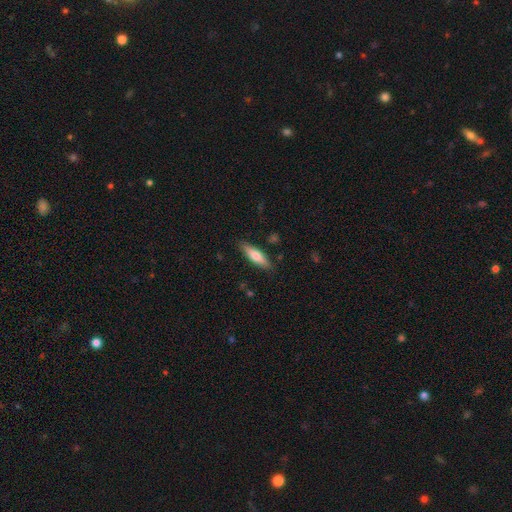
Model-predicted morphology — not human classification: A smooth galaxy with no disk features (65%) that is cigar-shaped (60%).

Vote fractions:
- Smooth or featured? smooth: 65% / featured or disk: 29% / star or artifact: 6%
- How rounded? cigar-shaped: 60% / in between: 38% / round: 2%
- Merging? none: 85% / minor disturbance: 11% / major disturbance: 2% / merger: 2%